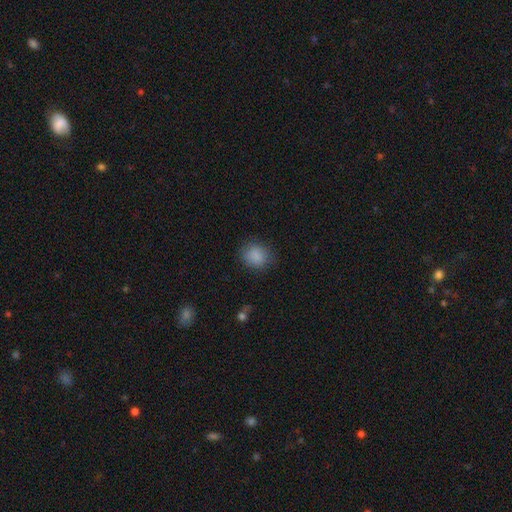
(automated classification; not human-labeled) Smooth or featured: smooth — 87% (star or artifact — 9%)
How rounded: round — 67% (in between — 32%)
Merging: none — 82% (minor disturbance — 13%)